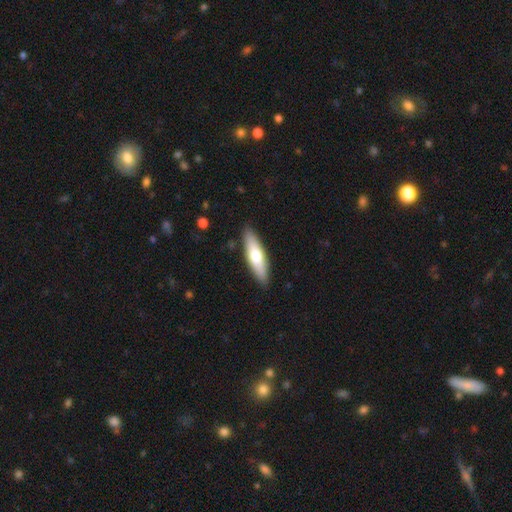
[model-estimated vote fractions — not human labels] A smooth galaxy with no disk features (63%) that is cigar-shaped (62%). Merging: none (89%).